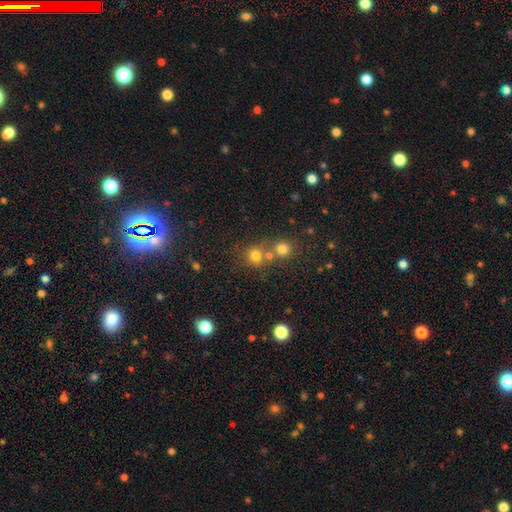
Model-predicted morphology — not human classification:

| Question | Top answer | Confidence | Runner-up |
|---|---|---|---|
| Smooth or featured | smooth | 75% | star or artifact (17%) |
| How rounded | round | 86% | in between (13%) |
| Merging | none | 54% | merger (35%) |